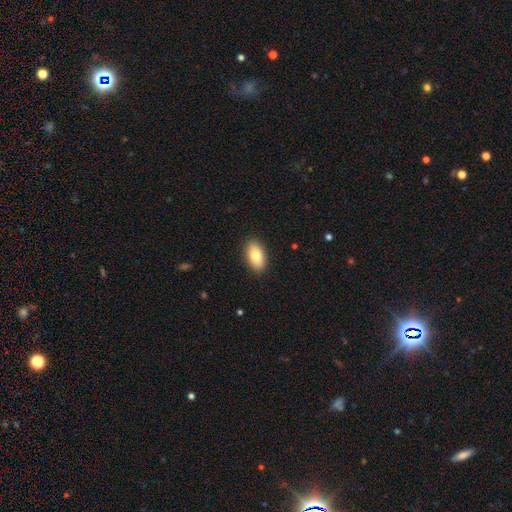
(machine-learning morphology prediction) smooth 80%, featured or disk 14%, star or artifact 7%. Down the decision tree: how rounded — in between (93%); merging — none (89%).